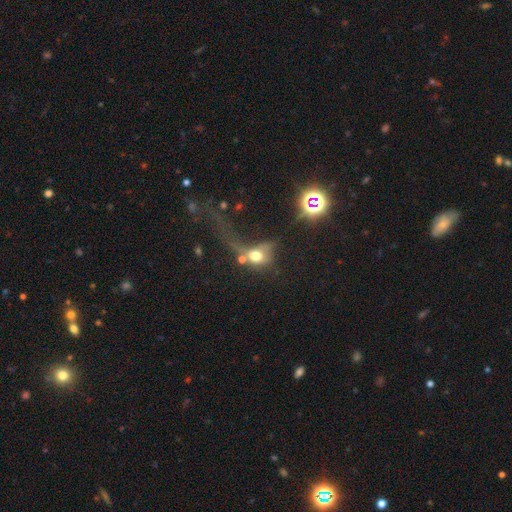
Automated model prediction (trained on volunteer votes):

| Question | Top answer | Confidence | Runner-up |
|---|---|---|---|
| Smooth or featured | smooth | 61% | featured or disk (23%) |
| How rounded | round | 52% | in between (44%) |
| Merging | major disturbance | 48% | merger (23%) |